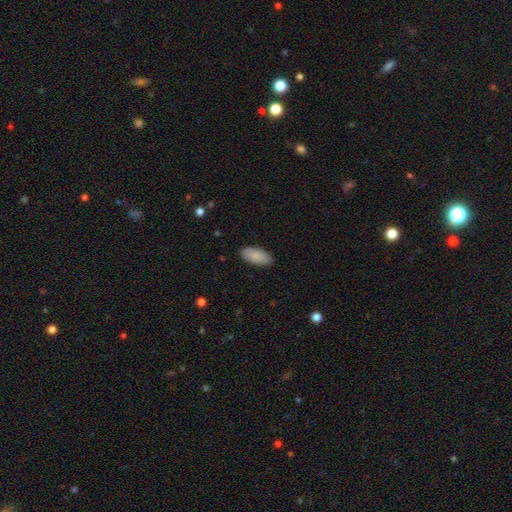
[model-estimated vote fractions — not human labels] Smooth or featured?
  - smooth: 88% *
  - featured or disk: 6%
  - star or artifact: 6%
How rounded?
  - in between: 91% *
  - cigar-shaped: 7%
  - round: 2%
Merging?
  - none: 88% *
  - minor disturbance: 9%
  - major disturbance: 2%
  - merger: 1%